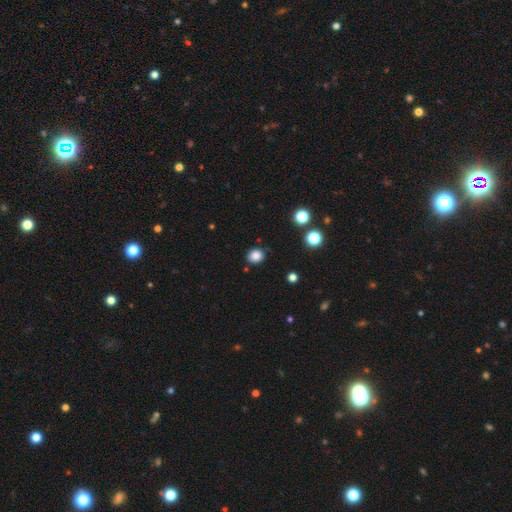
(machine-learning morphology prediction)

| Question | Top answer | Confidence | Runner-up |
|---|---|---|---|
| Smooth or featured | smooth | 85% | star or artifact (11%) |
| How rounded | round | 72% | in between (27%) |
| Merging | none | 86% | minor disturbance (10%) |